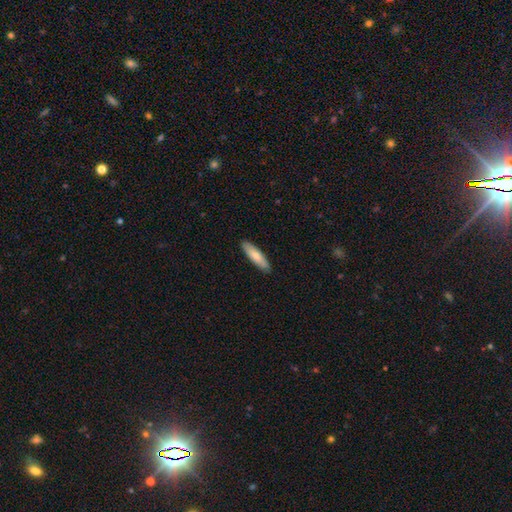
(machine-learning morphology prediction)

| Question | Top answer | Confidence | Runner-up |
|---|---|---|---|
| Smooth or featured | smooth | 76% | featured or disk (19%) |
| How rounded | cigar-shaped | 62% | in between (36%) |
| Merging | none | 88% | minor disturbance (10%) |